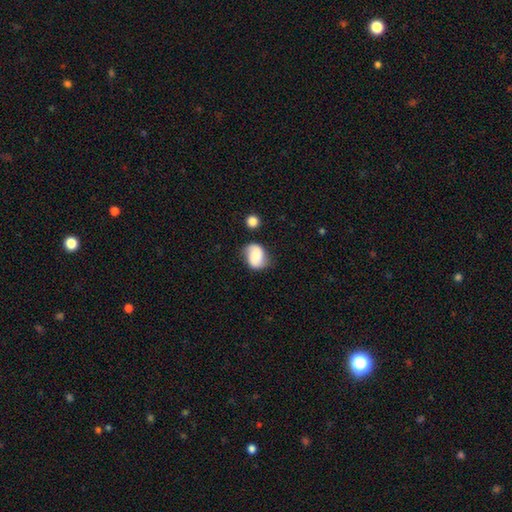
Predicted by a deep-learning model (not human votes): Smooth or featured? smooth (55%)
How rounded? in between (61%)
Merging? none (62%)